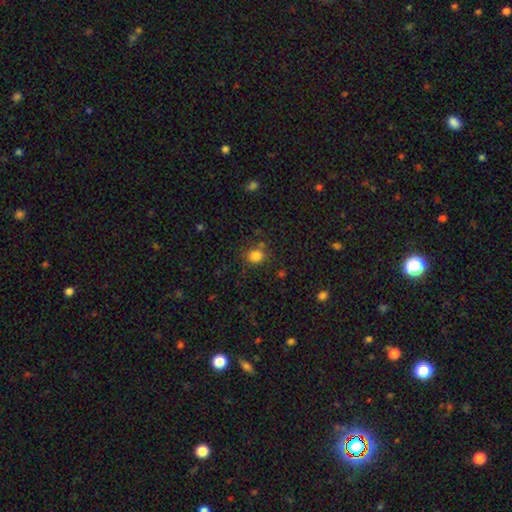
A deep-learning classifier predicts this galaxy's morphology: smooth_or_featured: smooth (p=0.82) [alt: star or artifact p=0.13]
how_rounded: round (p=0.62) [alt: in between p=0.37]
merging: none (p=0.73) [alt: minor disturbance p=0.15]